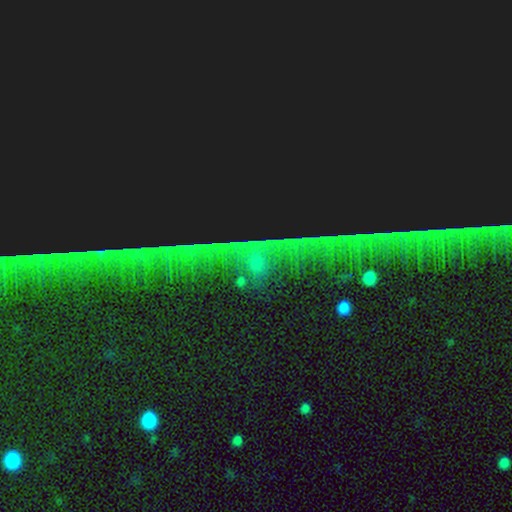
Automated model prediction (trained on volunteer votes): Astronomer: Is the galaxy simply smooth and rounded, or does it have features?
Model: star or artifact — 76%.